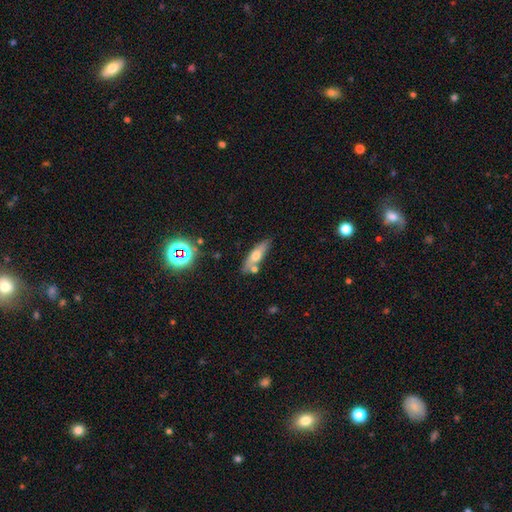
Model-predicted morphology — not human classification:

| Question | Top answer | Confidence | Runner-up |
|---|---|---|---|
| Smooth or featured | smooth | 55% | featured or disk (36%) |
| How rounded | cigar-shaped | 54% | in between (43%) |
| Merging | none | 72% | minor disturbance (14%) |